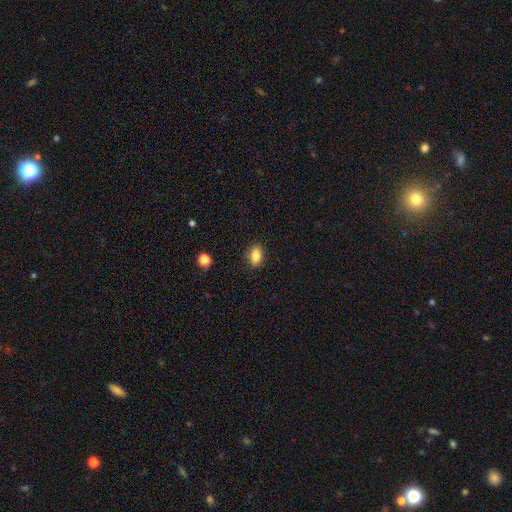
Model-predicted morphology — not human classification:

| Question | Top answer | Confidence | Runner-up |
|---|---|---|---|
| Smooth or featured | smooth | 86% | star or artifact (9%) |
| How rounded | in between | 85% | round (13%) |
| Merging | none | 87% | minor disturbance (9%) |